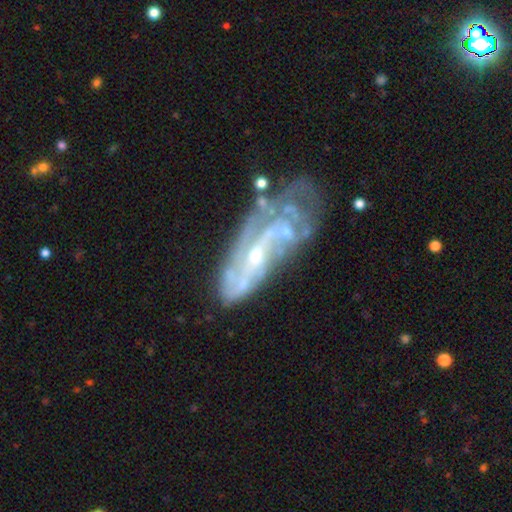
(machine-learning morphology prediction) Smooth or featured? Predicted: featured or disk (p=0.81). Edge-on disk? Predicted: no (p=0.90). Bar? Predicted: no (p=0.50). Spiral arms? Predicted: yes (p=0.79). Spiral winding? Predicted: medium (p=0.39). Spiral arm count? Predicted: can't tell (p=0.42). Bulge size? Predicted: small (p=0.56). Merging? Predicted: none (p=0.39).